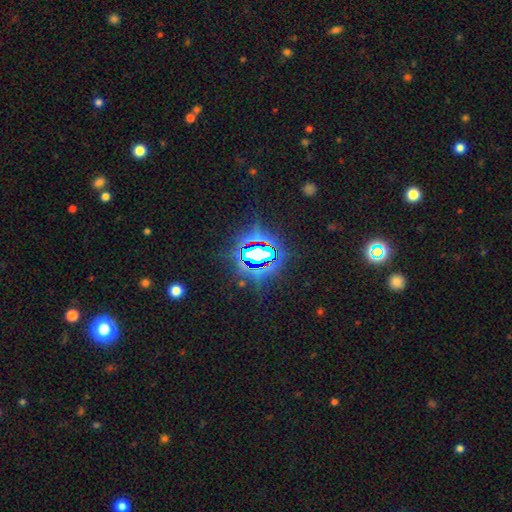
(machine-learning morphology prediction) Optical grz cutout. It shows a star or artifact, not a galaxy (78%).